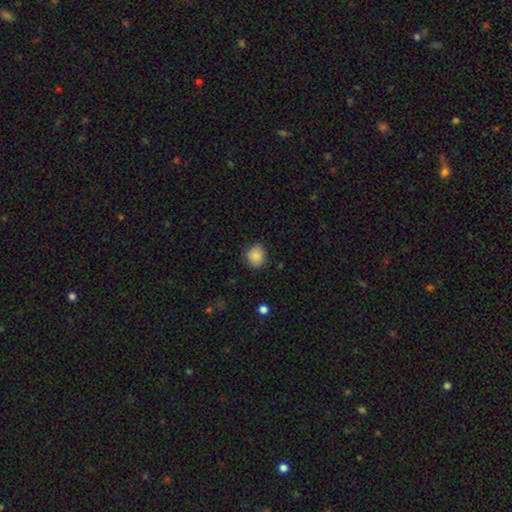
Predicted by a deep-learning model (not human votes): Smooth or featured: smooth — 86% (star or artifact — 8%)
How rounded: round — 70% (in between — 29%)
Merging: none — 78% (minor disturbance — 17%)